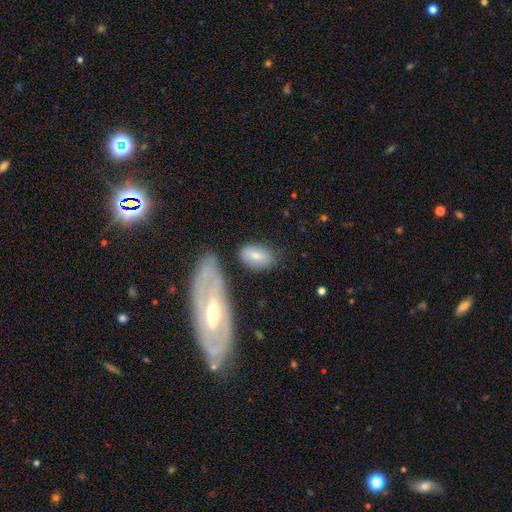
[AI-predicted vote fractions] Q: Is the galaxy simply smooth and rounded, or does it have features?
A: smooth — 74%.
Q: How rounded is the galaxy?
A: in between — 90%.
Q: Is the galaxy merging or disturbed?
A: none — 70%.